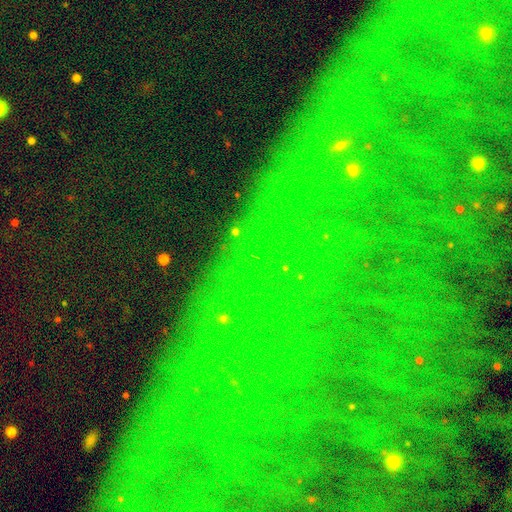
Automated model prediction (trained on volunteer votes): smooth-or-featured: star or artifact: 83% | featured or disk: 9% | smooth: 8%